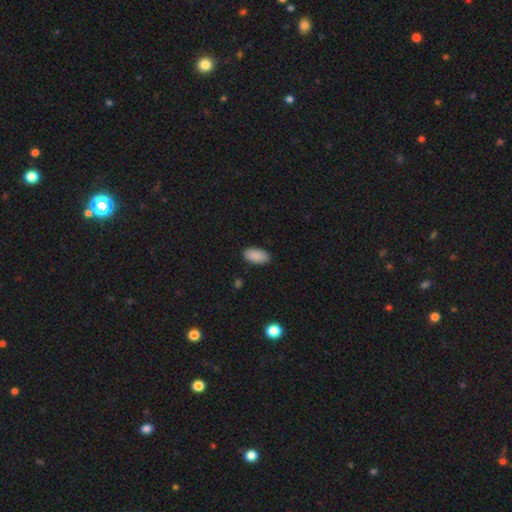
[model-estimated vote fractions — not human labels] This appears to be a smooth galaxy with no disk features (90%) that is in between round and cigar-shaped (95%). Merging: none (89%).